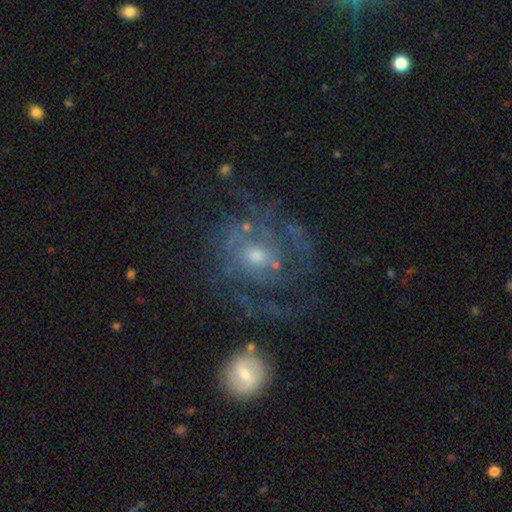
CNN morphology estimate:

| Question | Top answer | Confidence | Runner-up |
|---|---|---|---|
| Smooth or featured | featured or disk | 78% | smooth (12%) |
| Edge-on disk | no | 97% | yes (3%) |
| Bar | no | 73% | weak (23%) |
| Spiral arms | yes | 83% | no (17%) |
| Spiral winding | tight | 45% | medium (38%) |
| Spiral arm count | can't tell | 39% | 2 (20%) |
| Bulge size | moderate | 49% | small (43%) |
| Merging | none | 58% | major disturbance (20%) |